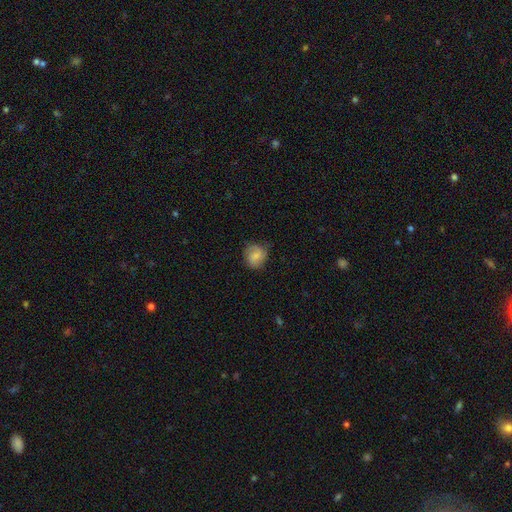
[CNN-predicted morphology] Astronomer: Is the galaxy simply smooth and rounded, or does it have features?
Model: smooth — 68%.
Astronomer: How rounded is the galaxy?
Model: round — 74%.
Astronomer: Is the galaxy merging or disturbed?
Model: none — 66%.